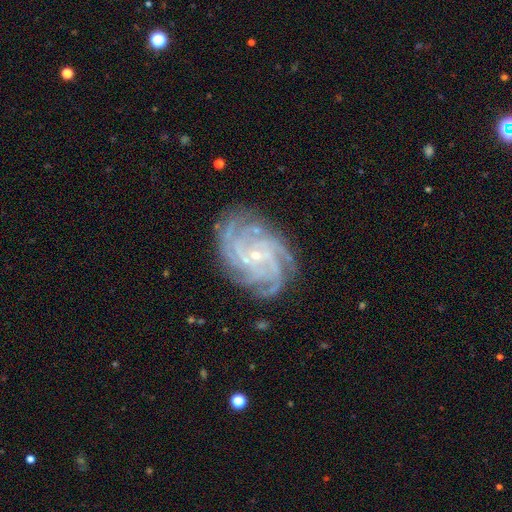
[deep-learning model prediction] A featured or disk galaxy (90%) with no bar (61%), more than 4 (33%) tight (71%) spiral arms (98%) and a small central bulge (83%). Merging: none (81%).